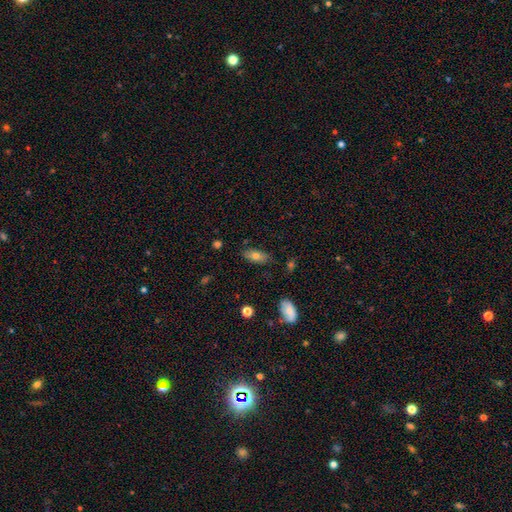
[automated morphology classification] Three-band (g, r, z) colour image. It shows a smooth galaxy with no disk features (74%) that is in between round and cigar-shaped (86%). Merging: none (82%).